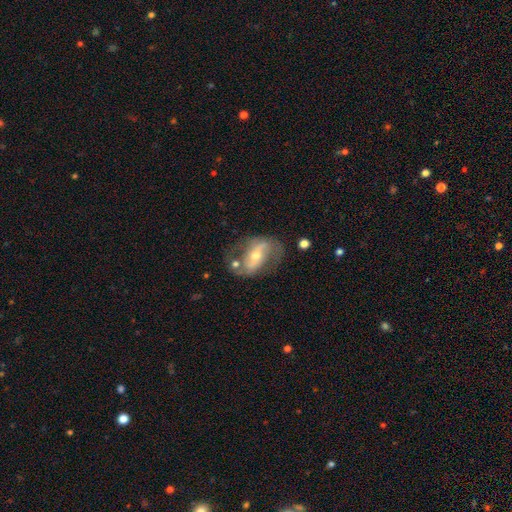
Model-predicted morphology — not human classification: Q: Smooth or featured?
A: featured or disk (76%); runner-up: smooth (18%)
Q: Edge-on disk?
A: no (93%); runner-up: yes (7%)
Q: Bar?
A: strong (42%); runner-up: weak (30%)
Q: Spiral arms?
A: yes (80%); runner-up: no (20%)
Q: Spiral winding?
A: loose (46%); runner-up: medium (40%)
Q: Spiral arm count?
A: 2 (86%); runner-up: can't tell (8%)
Q: Bulge size?
A: moderate (49%); runner-up: small (45%)
Q: Merging?
A: none (58%); runner-up: minor disturbance (19%)